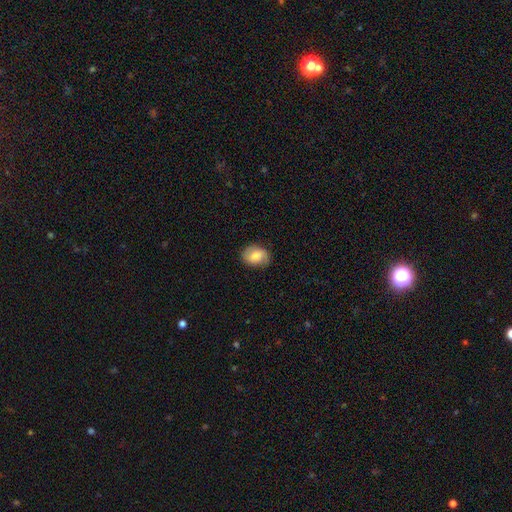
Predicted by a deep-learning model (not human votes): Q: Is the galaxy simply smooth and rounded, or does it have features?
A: smooth — 61%.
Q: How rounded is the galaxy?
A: in between — 63%.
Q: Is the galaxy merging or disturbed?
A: none — 80%.